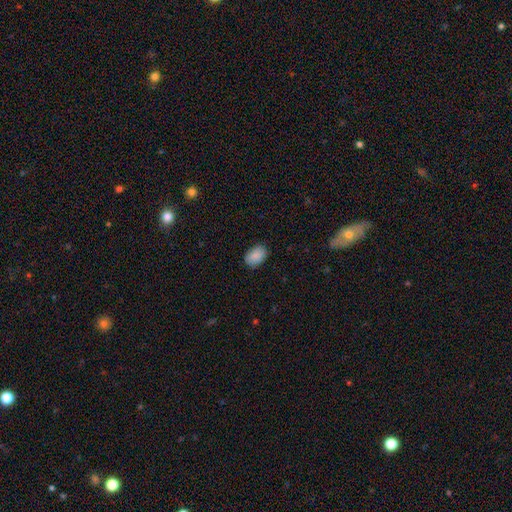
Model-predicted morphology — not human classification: smooth 90%, star or artifact 7%, featured or disk 3%. Down the decision tree: how rounded — in between (87%); merging — none (84%).